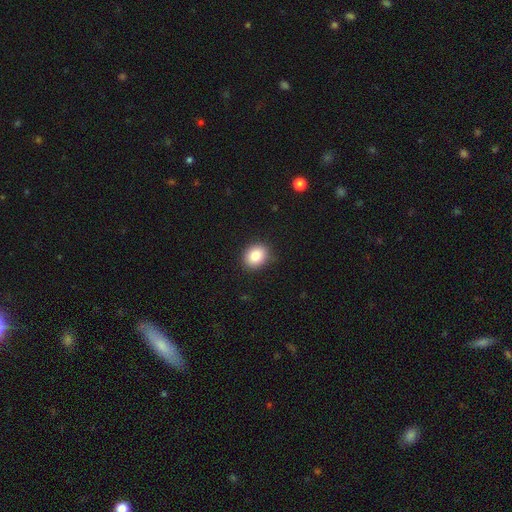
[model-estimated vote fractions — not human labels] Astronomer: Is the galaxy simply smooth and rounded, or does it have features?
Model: smooth — 84%.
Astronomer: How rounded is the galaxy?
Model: round — 56% (runner-up: in between, 43%).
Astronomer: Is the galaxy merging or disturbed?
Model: none — 88%.